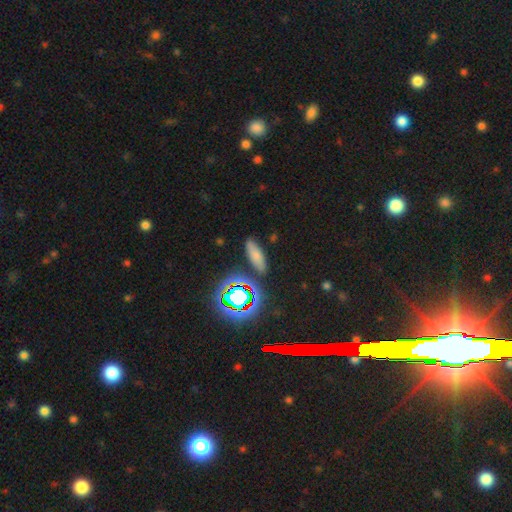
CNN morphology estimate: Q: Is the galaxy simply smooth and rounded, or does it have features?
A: smooth — 65%.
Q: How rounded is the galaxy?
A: in between — 60%.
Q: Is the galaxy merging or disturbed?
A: none — 83%.